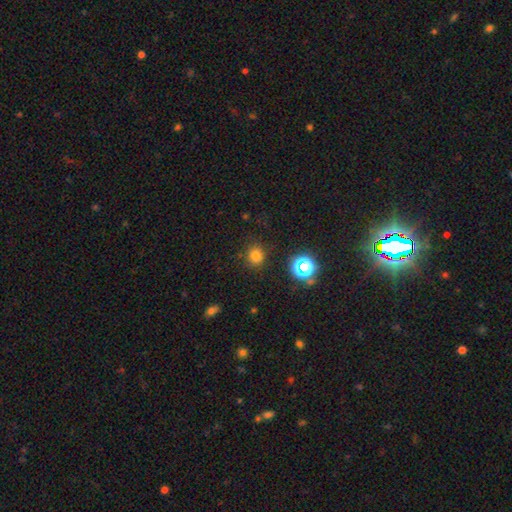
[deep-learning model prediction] smooth_or_featured: smooth (p=0.75) [alt: star or artifact p=0.20]
how_rounded: round (p=0.84) [alt: in between p=0.15]
merging: none (p=0.85) [alt: minor disturbance p=0.09]